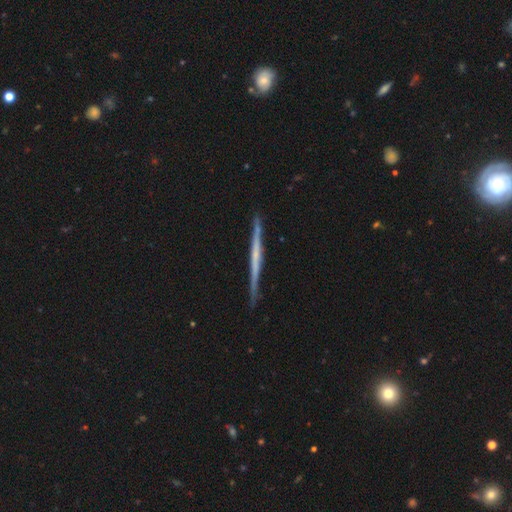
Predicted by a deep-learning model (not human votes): featured or disk 68%, smooth 27%, star or artifact 5%. Down the decision tree: edge-on disk — yes (98%); edge-on bulge — none (77%); merging — none (88%).